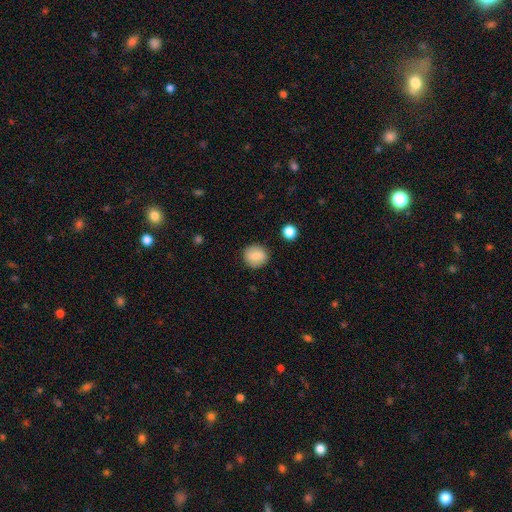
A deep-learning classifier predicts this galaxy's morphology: Overall: smooth (81%). How rounded: round (85%). Merging: none (87%).